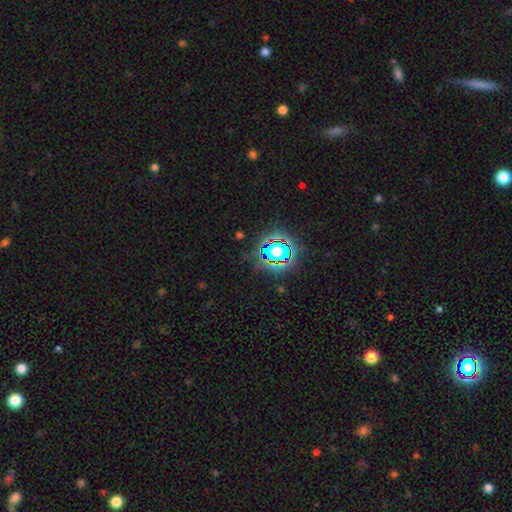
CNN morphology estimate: Smooth or featured: star or artifact — 75% (smooth — 16%)